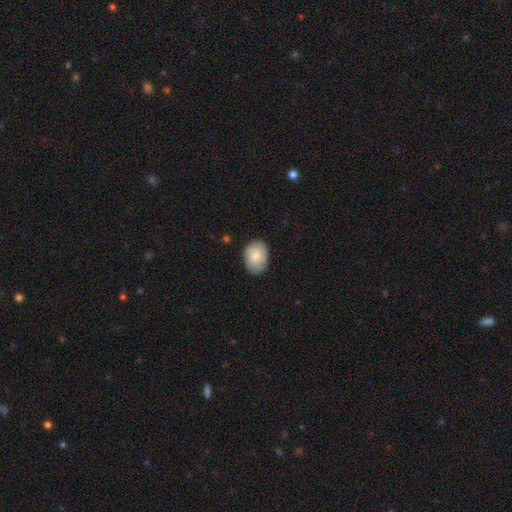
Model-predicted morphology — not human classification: A smooth galaxy with no disk features (80%) that is in between round and cigar-shaped (70%). Merging: none (82%).